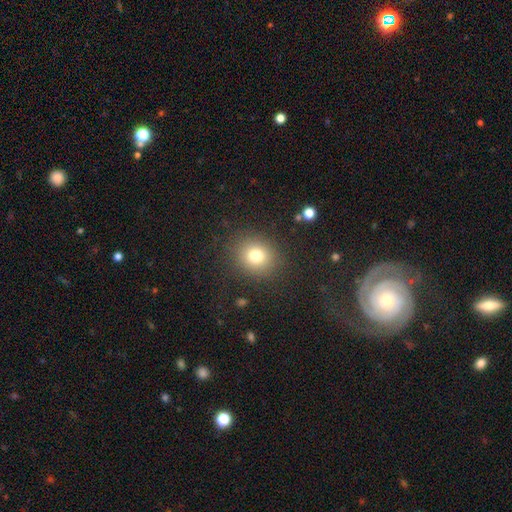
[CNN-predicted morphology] A smooth galaxy with no disk features (78%) that is round (77%).

Vote fractions:
- Smooth or featured? smooth: 78% / star or artifact: 14% / featured or disk: 9%
- How rounded? round: 77% / in between: 22% / cigar-shaped: 1%
- Merging? none: 87% / minor disturbance: 8% / major disturbance: 4% / merger: 1%